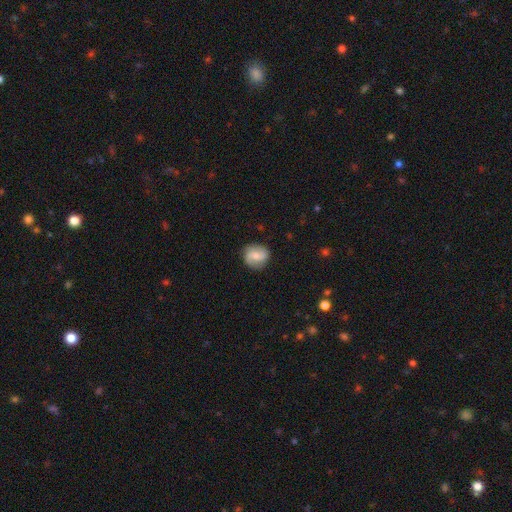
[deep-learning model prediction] A featured or disk galaxy (57%) with a weak bar (44%), spiral arms (90%) and a small central bulge (51%). Merging: none (84%).